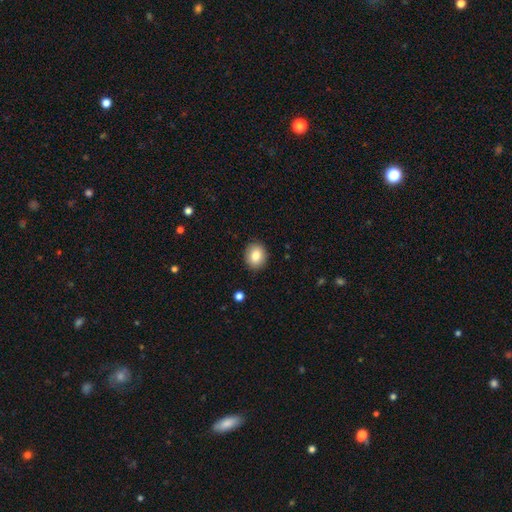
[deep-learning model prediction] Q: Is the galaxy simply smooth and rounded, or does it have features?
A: smooth — 83%.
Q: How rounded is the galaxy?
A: round — 69%.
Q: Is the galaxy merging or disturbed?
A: none — 90%.